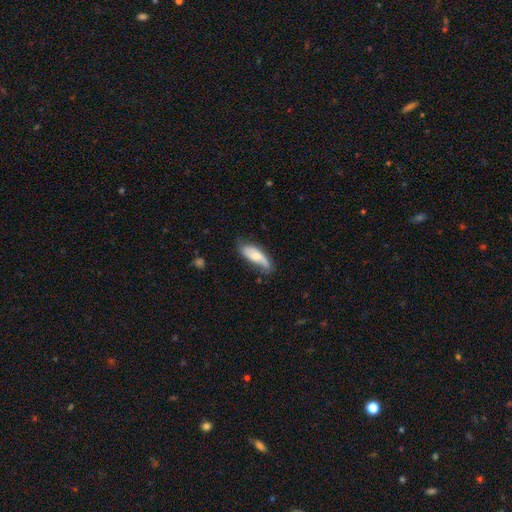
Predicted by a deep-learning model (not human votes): smooth 54%, featured or disk 40%, star or artifact 6%. Down the decision tree: how rounded — in between (69%); merging — none (56%).